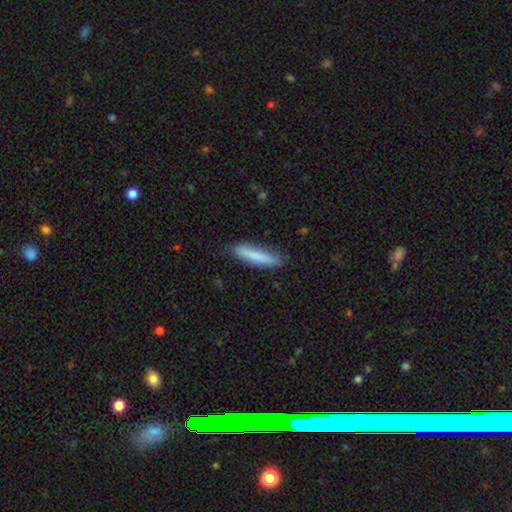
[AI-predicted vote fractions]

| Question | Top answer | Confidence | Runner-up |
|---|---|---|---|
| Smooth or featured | smooth | 81% | featured or disk (13%) |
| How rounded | cigar-shaped | 84% | in between (14%) |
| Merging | none | 81% | minor disturbance (15%) |